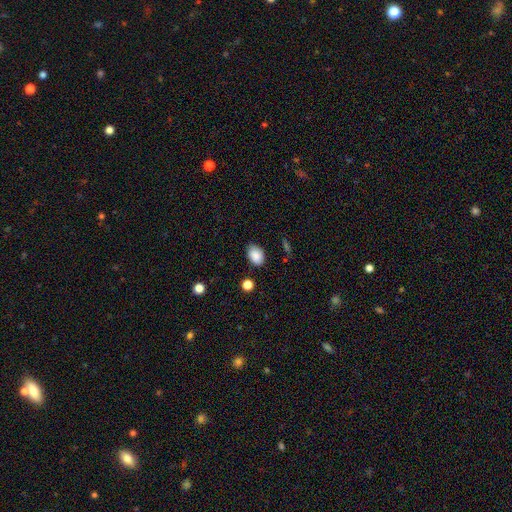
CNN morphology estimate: Q: Smooth or featured?
A: smooth (87%); runner-up: star or artifact (8%)
Q: How rounded?
A: in between (81%); runner-up: round (17%)
Q: Merging?
A: none (80%); runner-up: minor disturbance (15%)